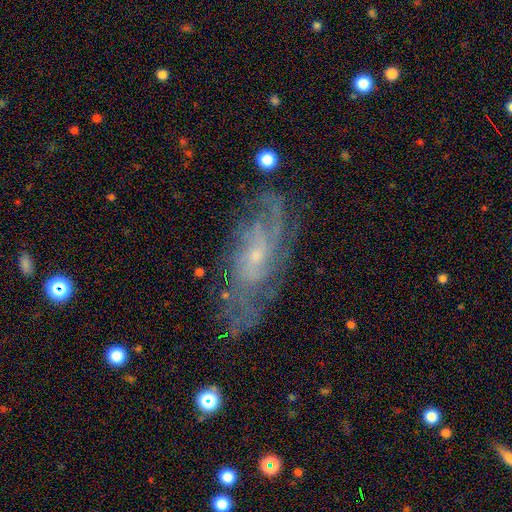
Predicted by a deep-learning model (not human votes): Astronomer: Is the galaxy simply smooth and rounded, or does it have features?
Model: featured or disk — 78%.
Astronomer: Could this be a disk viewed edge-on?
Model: no — 89%.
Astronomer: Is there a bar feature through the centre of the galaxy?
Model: no — 66%.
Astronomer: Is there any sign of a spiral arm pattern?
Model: yes — 92%.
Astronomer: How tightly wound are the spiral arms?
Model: tight — 54% (runner-up: medium, 35%).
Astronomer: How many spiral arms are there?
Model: can't tell — 46%.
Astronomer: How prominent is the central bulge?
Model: small — 73%.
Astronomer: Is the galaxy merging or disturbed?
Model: none — 74%.